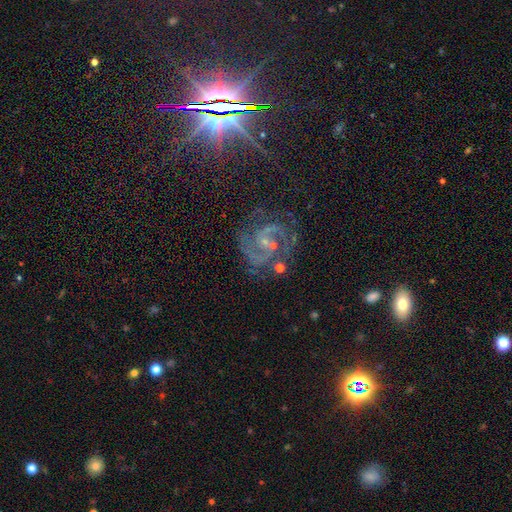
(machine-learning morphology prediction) This is clearly a featured or disk galaxy (84%). It is clearly not viewed edge-on (98%). Bar: possibly no (46%). Spiral arm pattern: clearly yes (97%). Spiral arm count: clearly 2 (82%). Spiral winding: possibly medium (55%). Central bulge: likely small (73%). Merging: likely none (67%).